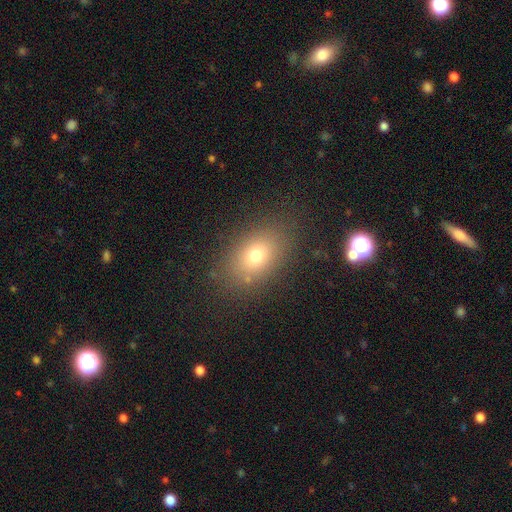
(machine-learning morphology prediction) This appears to be a smooth galaxy with no disk features (70%) that is in between round and cigar-shaped (75%). Merging: none (83%).